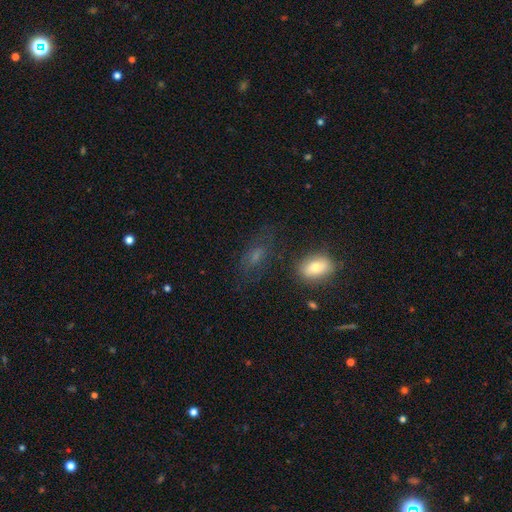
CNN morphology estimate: This is possibly a smooth galaxy (51%). How rounded: likely in between (76%). Merging: likely none (61%).